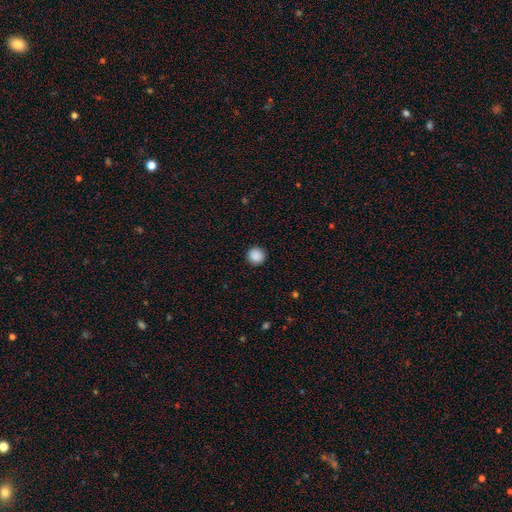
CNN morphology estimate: Overall: smooth (89%). How rounded: round (95%). Merging: none (93%).